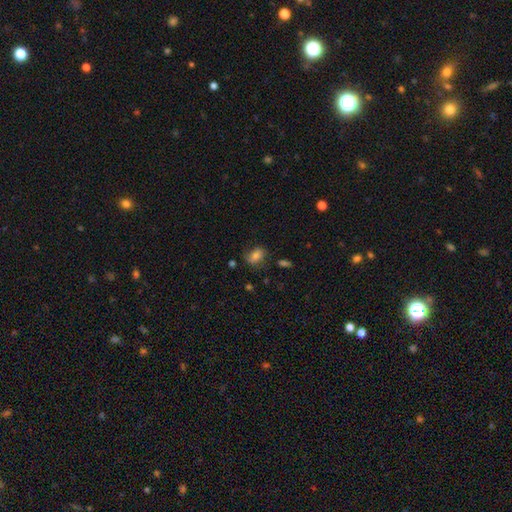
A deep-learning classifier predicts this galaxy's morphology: A smooth galaxy with no disk features (74%) that is in between round and cigar-shaped (76%). Merging: none (67%).